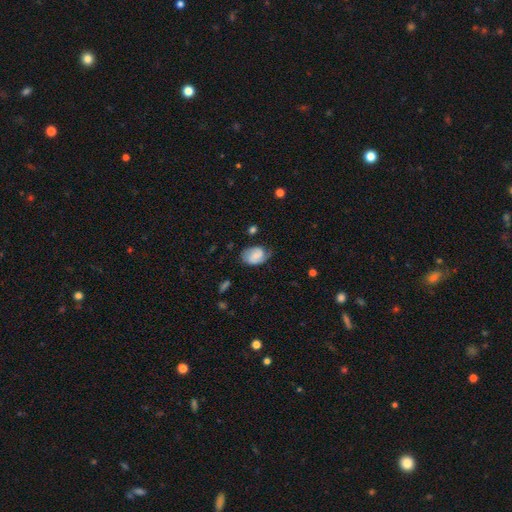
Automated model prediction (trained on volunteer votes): smooth-or-featured: smooth: 52% | featured or disk: 40% | star or artifact: 8%
  how-rounded: in between: 76% | round: 23% | cigar-shaped: 1%
  merging: none: 56% | minor disturbance: 30% | major disturbance: 12% | merger: 2%